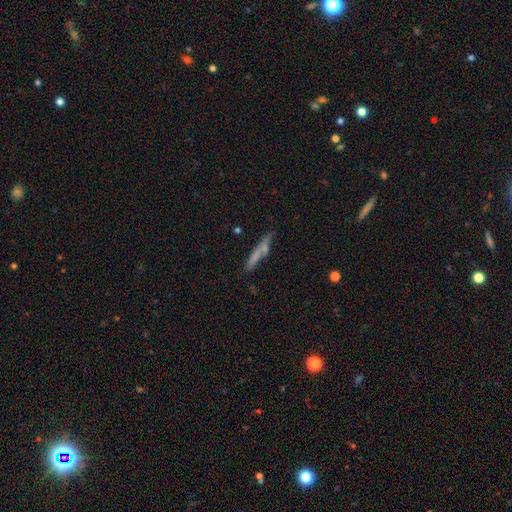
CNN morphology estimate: smooth 54%, featured or disk 36%, star or artifact 10%. Down the decision tree: how rounded — cigar-shaped (93%); merging — none (75%).